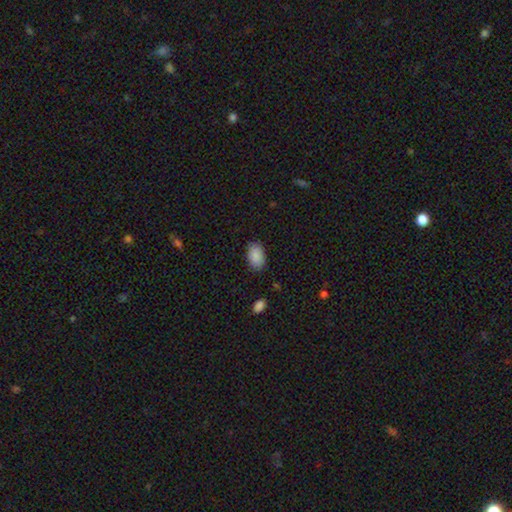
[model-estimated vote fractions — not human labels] smooth 89%, star or artifact 7%, featured or disk 4%. Down the decision tree: how rounded — in between (90%); merging — none (84%).